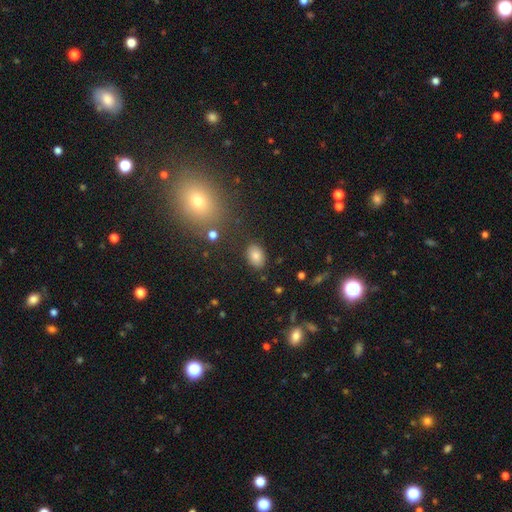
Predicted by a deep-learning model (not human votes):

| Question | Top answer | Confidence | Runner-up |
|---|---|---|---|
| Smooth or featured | smooth | 83% | star or artifact (10%) |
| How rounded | in between | 83% | round (16%) |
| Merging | none | 85% | minor disturbance (10%) |